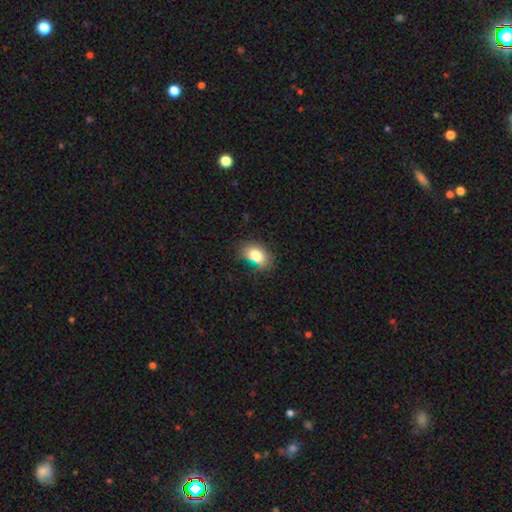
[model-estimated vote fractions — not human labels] smooth_or_featured: smooth (p=0.81) [alt: star or artifact p=0.10]
how_rounded: in between (p=0.82) [alt: round p=0.16]
merging: none (p=0.71) [alt: minor disturbance p=0.21]